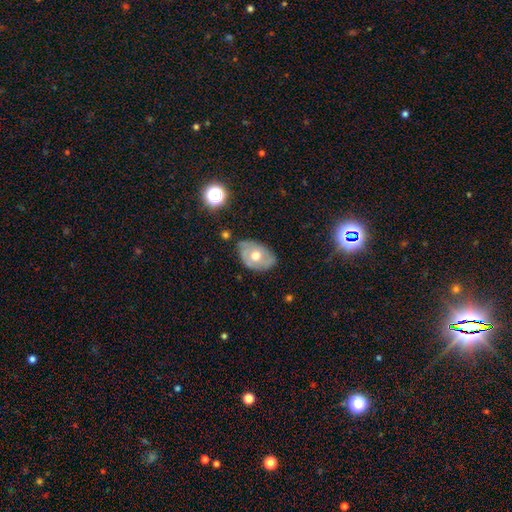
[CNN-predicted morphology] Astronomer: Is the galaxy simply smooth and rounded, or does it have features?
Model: featured or disk — 53% (runner-up: smooth, 39%).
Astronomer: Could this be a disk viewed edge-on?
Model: no — 93%.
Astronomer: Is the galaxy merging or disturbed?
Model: none — 59%.